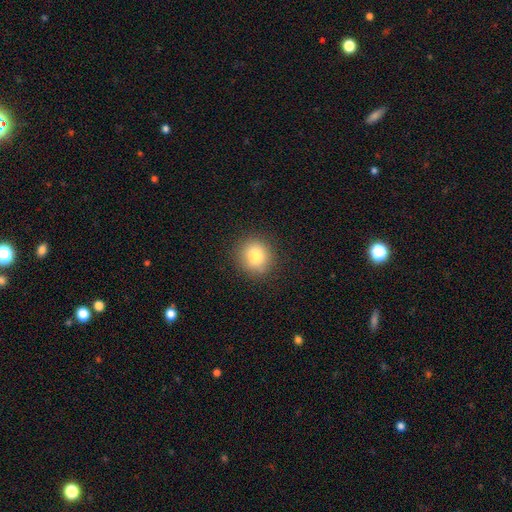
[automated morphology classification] Smooth or featured? Predicted: smooth (p=0.80). How rounded? Predicted: round (p=0.88). Merging? Predicted: none (p=0.88).